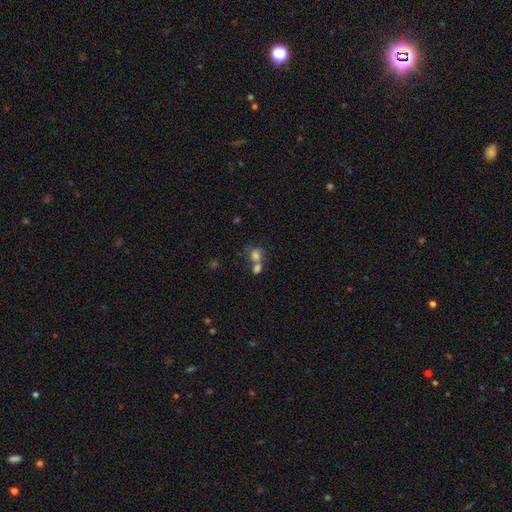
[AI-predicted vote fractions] Q: Smooth or featured?
A: smooth (75%); runner-up: featured or disk (13%)
Q: How rounded?
A: in between (57%); runner-up: round (41%)
Q: Merging?
A: merger (60%); runner-up: none (26%)